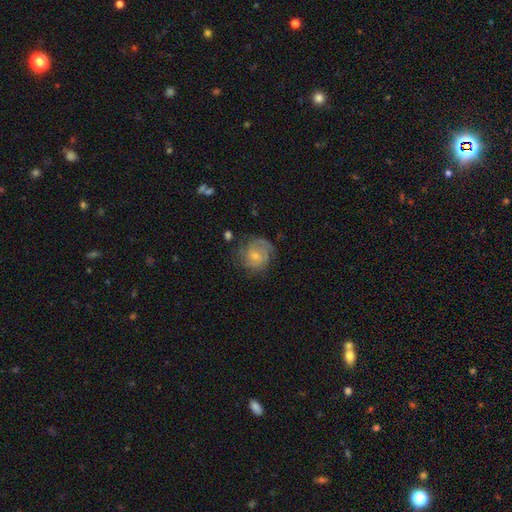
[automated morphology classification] This is possibly a featured or disk galaxy (55%). It is clearly not viewed edge-on (98%). Bar: likely no (63%). Spiral arm pattern: clearly yes (81%). Central bulge: likely small (68%). Merging: likely none (62%).